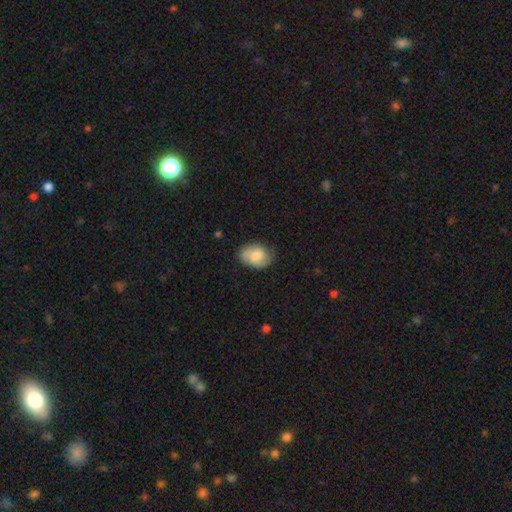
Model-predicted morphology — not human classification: The model was most divided on "smooth or featured": smooth: 72%, featured or disk: 21%, star or artifact: 7%. More confident: how rounded — in between (76%); merging — none (75%).